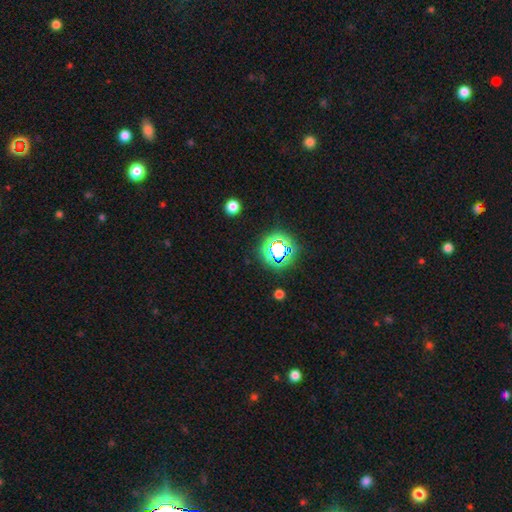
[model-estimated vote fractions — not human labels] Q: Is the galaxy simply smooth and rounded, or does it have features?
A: star or artifact — 76%.